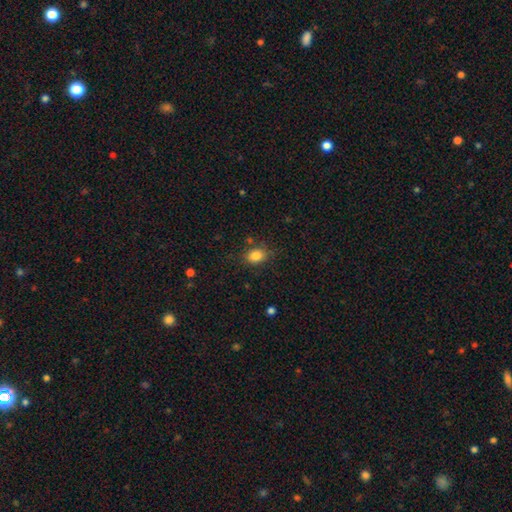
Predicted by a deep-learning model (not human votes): Smooth or featured: smooth — 83% (star or artifact — 10%)
How rounded: in between — 63% (round — 36%)
Merging: none — 76% (minor disturbance — 17%)